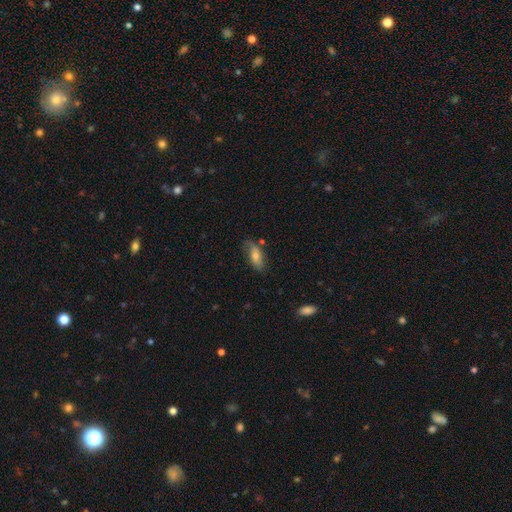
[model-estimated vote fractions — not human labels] Smooth or featured? smooth (59%)
How rounded? in between (81%)
Merging? none (61%)